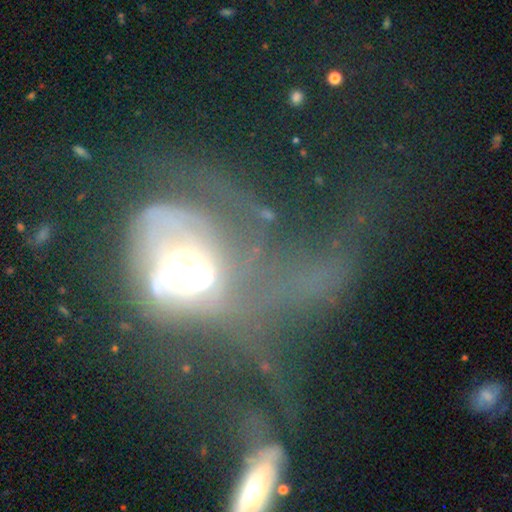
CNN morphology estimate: Smooth or featured? Predicted: featured or disk (p=0.65). Edge-on disk? Predicted: no (p=0.95). Bar? Predicted: no (p=0.72). Spiral arms? Predicted: yes (p=0.53). Bulge size? Predicted: large (p=0.42). Merging? Predicted: major disturbance (p=0.62).